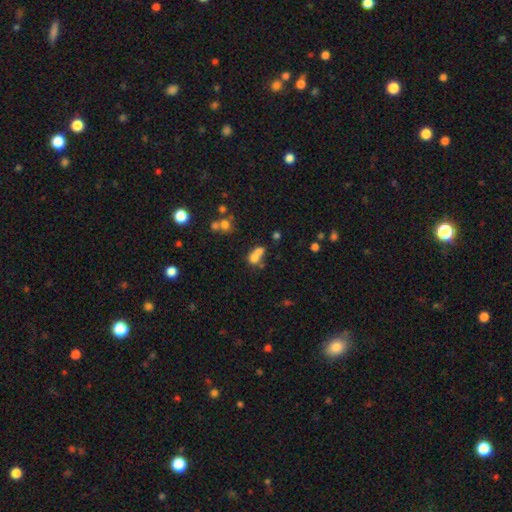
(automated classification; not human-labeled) This is likely a smooth galaxy (67%). How rounded: likely round (65%). Merging: possibly merger (59%).